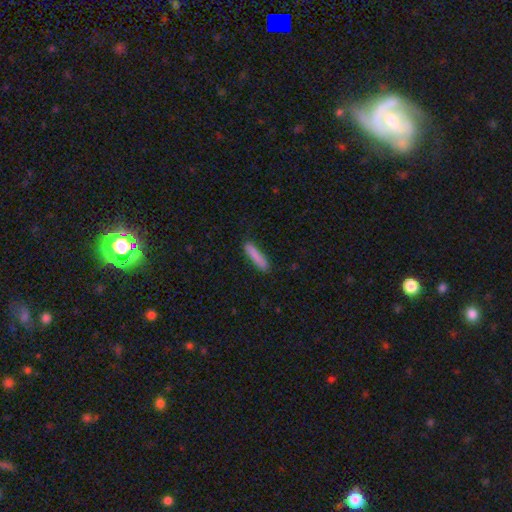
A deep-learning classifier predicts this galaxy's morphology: Smooth or featured? Predicted: smooth (p=0.86). How rounded? Predicted: cigar-shaped (p=0.88). Merging? Predicted: none (p=0.89).